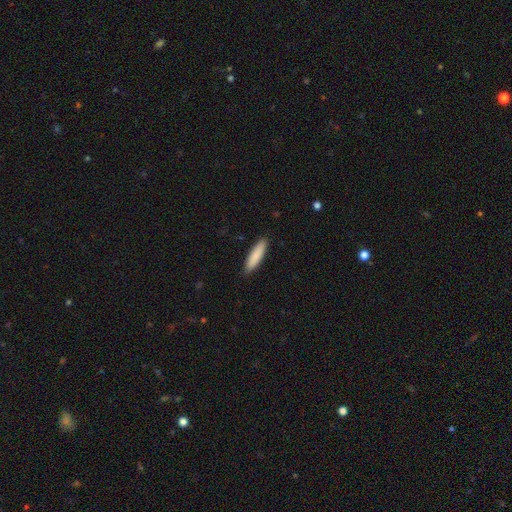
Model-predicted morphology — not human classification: Smooth or featured?
  - smooth: 88% *
  - featured or disk: 7%
  - star or artifact: 5%
How rounded?
  - cigar-shaped: 70% *
  - in between: 29%
  - round: 1%
Merging?
  - none: 89% *
  - minor disturbance: 8%
  - major disturbance: 2%
  - merger: 1%